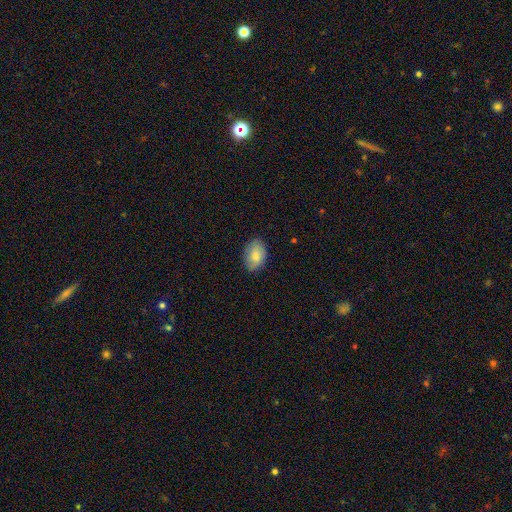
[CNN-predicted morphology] Smooth or featured? smooth (79%)
How rounded? in between (87%)
Merging? none (81%)